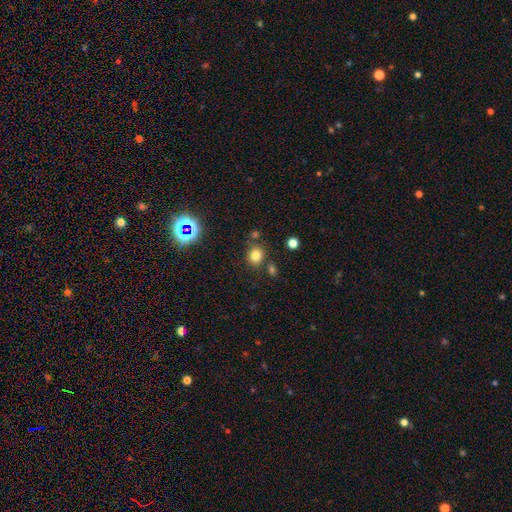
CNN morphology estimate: Smooth or featured: smooth — 77% (star or artifact — 17%)
How rounded: round — 70% (in between — 29%)
Merging: none — 77% (minor disturbance — 11%)